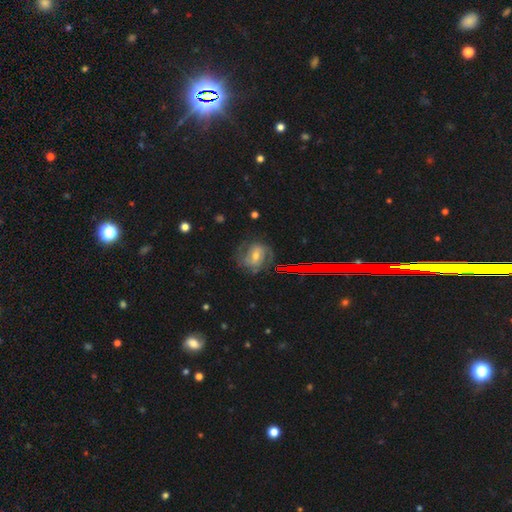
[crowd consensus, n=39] Morphology: type=featured or disk (82%); edge-on=no (97%); bar=weak (48%); spiral arms=yes (87%); winding=medium (59%); arm count=2 (93%); bulge=moderate (71%); merging=none (64%).